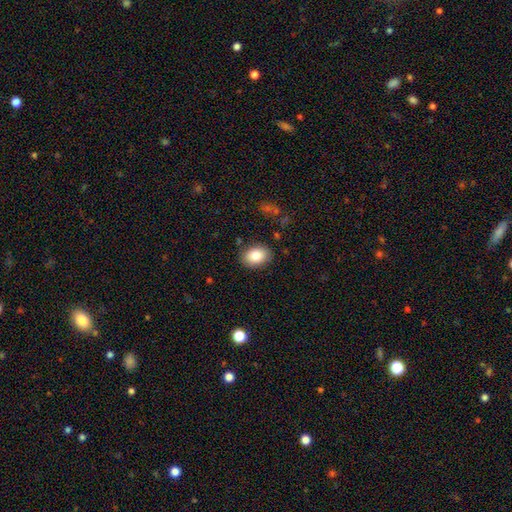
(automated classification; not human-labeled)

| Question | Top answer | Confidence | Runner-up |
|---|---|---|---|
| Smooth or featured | smooth | 84% | featured or disk (8%) |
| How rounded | in between | 75% | round (24%) |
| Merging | none | 86% | minor disturbance (10%) |